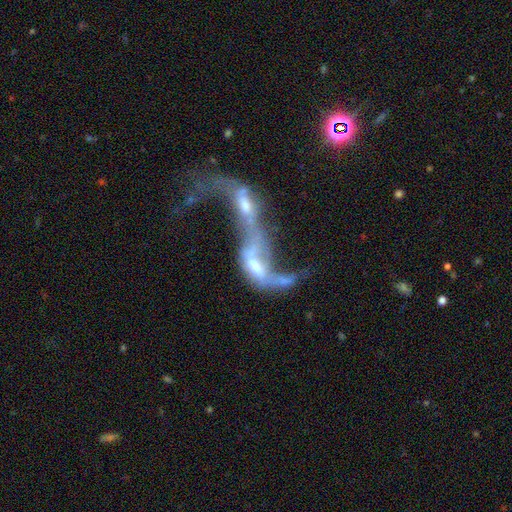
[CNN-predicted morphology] The model was most divided on "bulge size": small: 39%, moderate: 35%, none: 17%, large: 6%, dominant: 3%. More confident: edge-on disk — no (90%); smooth or featured — featured or disk (76%); merging — merger (71%); spiral arms — yes (68%); bar — no (58%).